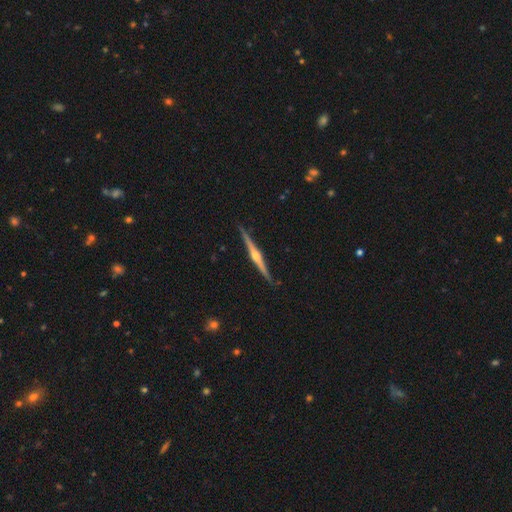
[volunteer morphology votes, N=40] smooth-or-featured: featured or disk: 88% | smooth: 8% | star or artifact: 5%
  disk-edge-on: yes: 100% | no: 0%
    edge-on-bulge: rounded: 89% | boxy: 9% | none: 3%
  merging: none: 89% | minor disturbance: 8% | merger: 3% | major disturbance: 0%